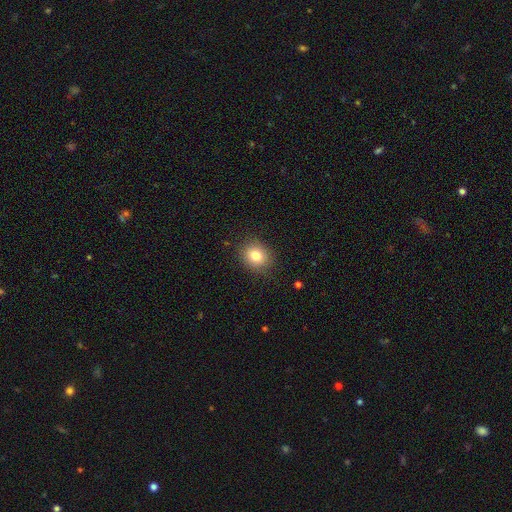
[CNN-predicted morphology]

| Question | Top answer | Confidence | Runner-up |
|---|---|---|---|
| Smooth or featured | smooth | 81% | star or artifact (11%) |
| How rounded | round | 66% | in between (33%) |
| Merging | none | 87% | minor disturbance (9%) |